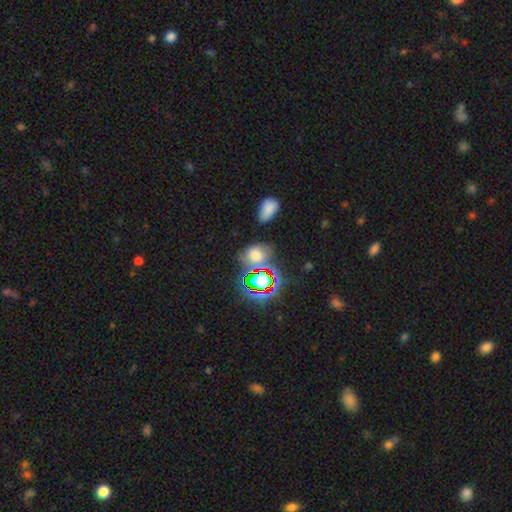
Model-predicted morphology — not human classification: type=smooth (53%); roundness=in between (60%); merging=none (59%).